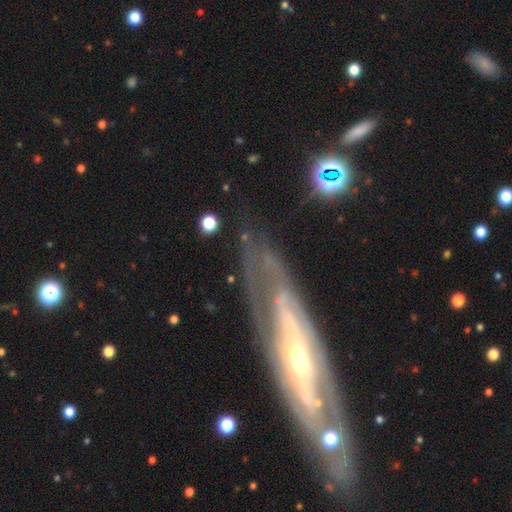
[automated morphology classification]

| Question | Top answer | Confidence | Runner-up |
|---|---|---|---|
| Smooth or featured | featured or disk | 81% | smooth (12%) |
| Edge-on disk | no | 72% | yes (28%) |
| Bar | no | 61% | weak (23%) |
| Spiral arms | yes | 74% | no (26%) |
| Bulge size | moderate | 47% | small (44%) |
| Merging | none | 74% | minor disturbance (15%) |